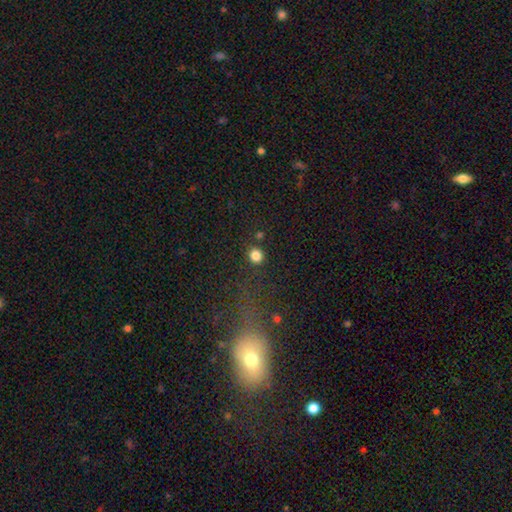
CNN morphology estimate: Overall: smooth (83%). How rounded: round (87%). Merging: none (85%).